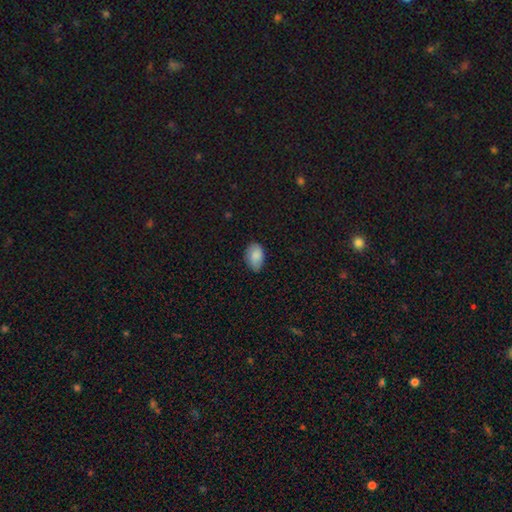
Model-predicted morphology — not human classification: A smooth galaxy with no disk features (86%) that is in between round and cigar-shaped (89%). Merging: none (71%).